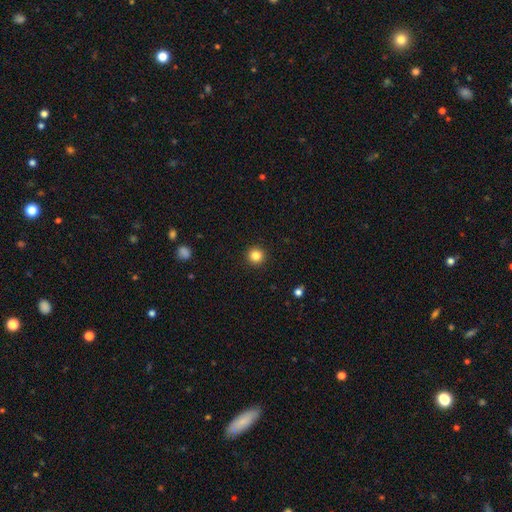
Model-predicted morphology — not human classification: smooth 84%, star or artifact 11%, featured or disk 5%. Down the decision tree: how rounded — round (96%); merging — none (93%).